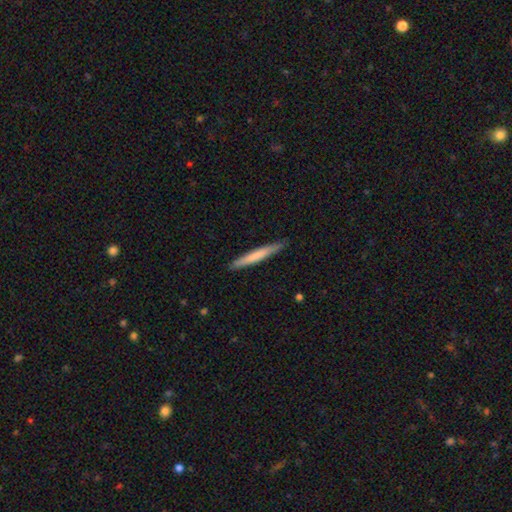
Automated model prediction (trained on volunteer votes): This is likely a smooth galaxy (68%). How rounded: clearly cigar-shaped (96%). Merging: clearly none (89%).